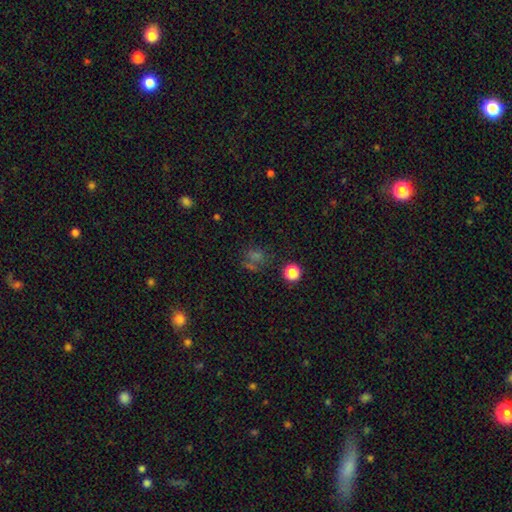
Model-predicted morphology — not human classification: Overall: smooth (44%; star or artifact 43%). Merging: none (59%).